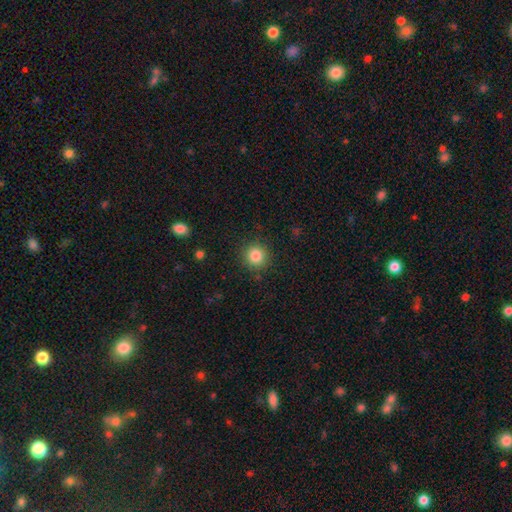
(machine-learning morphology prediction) Smooth or featured: smooth — 84% (star or artifact — 11%)
How rounded: round — 93% (in between — 6%)
Merging: none — 88% (minor disturbance — 8%)